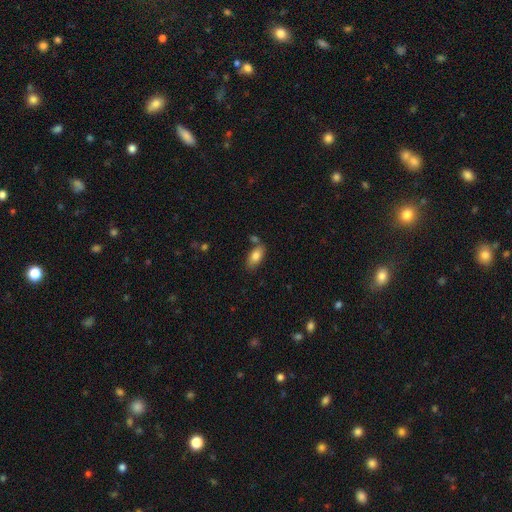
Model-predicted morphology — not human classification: Overall: smooth (82%). How rounded: in between (91%). Merging: none (70%).